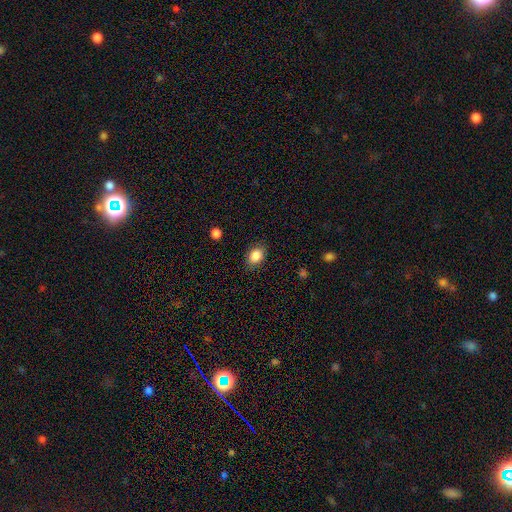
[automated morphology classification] This appears to be a smooth galaxy with no disk features (86%) that is in between round and cigar-shaped (68%). Merging: none (86%).